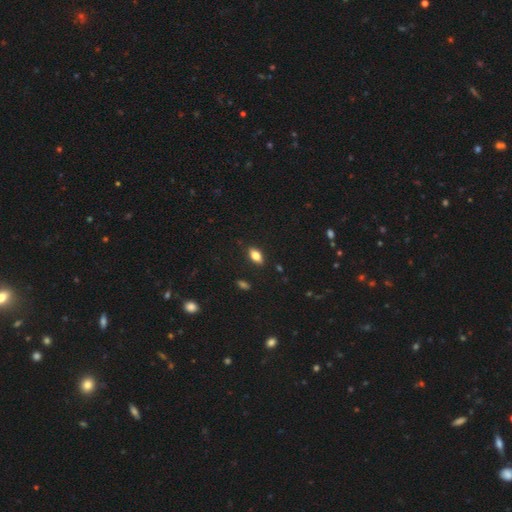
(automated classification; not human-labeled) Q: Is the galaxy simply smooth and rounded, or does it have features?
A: smooth — 72%.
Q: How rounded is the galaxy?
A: in between — 86%.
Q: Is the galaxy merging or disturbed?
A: none — 86%.